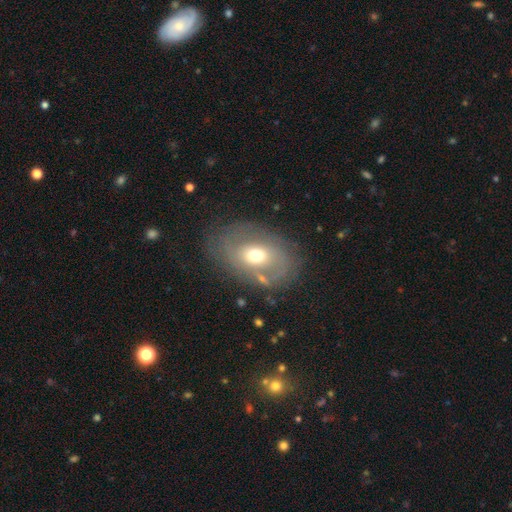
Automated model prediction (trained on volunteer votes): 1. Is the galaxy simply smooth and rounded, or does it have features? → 48% featured or disk, 43% smooth, 9% star or artifact.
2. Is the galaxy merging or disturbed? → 69% none, 18% minor disturbance, 9% major disturbance, 3% merger.